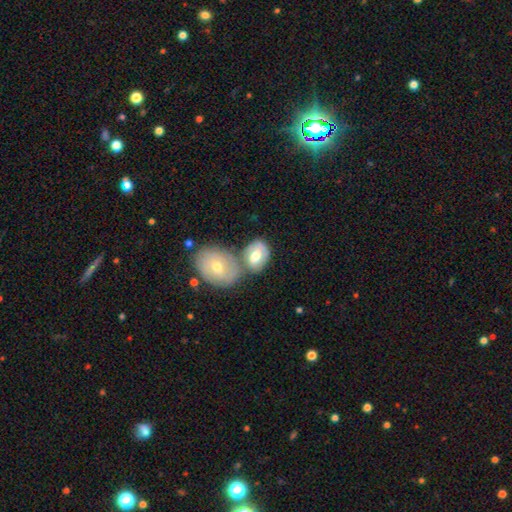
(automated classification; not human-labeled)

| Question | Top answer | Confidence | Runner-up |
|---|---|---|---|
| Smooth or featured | smooth | 58% | featured or disk (36%) |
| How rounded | in between | 76% | round (22%) |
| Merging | merger | 41% | none (40%) |